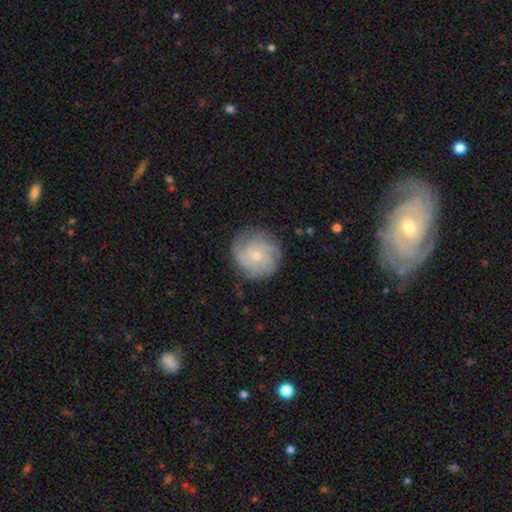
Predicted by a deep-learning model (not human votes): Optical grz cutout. It shows a featured or disk galaxy (65%) with no bar (82%), tight (62%) spiral arms (90%) and a small central bulge (64%). Merging: none (78%).